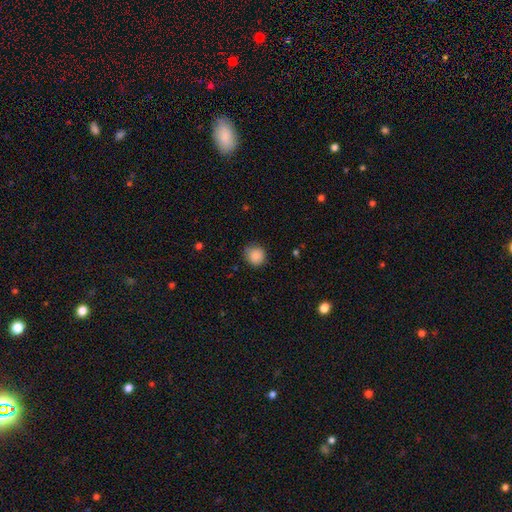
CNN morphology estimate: A smooth galaxy with no disk features (88%) that is round (89%).

Vote fractions:
- Smooth or featured? smooth: 88% / star or artifact: 9% / featured or disk: 3%
- How rounded? round: 89% / in between: 10% / cigar-shaped: 1%
- Merging? none: 80% / minor disturbance: 16% / major disturbance: 3% / merger: 1%